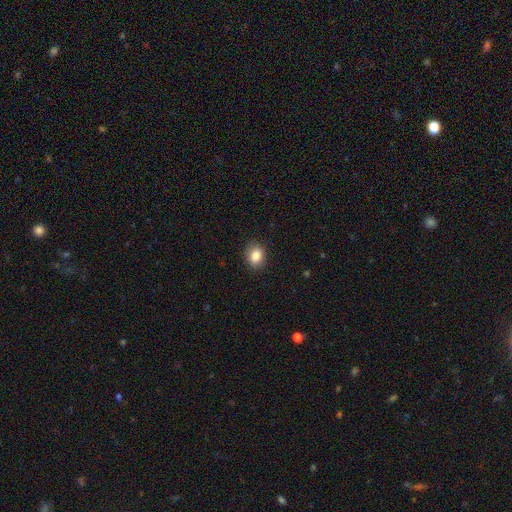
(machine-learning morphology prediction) Smooth or featured?
  - smooth: 85% *
  - star or artifact: 9%
  - featured or disk: 6%
How rounded?
  - in between: 56% *
  - round: 43%
  - cigar-shaped: 1%
Merging?
  - none: 88% *
  - minor disturbance: 9%
  - major disturbance: 2%
  - merger: 1%